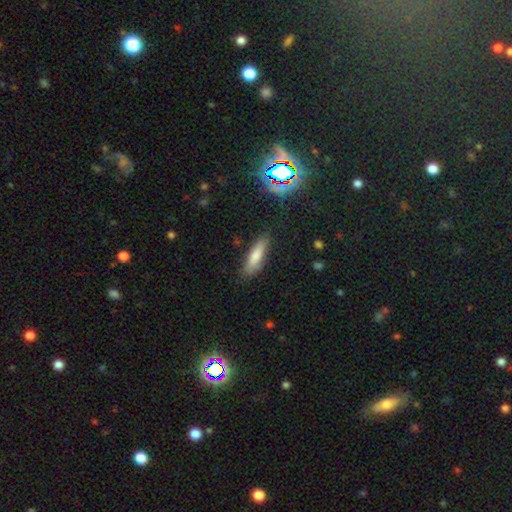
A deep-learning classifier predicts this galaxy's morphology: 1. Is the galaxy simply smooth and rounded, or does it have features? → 73% smooth, 17% featured or disk, 9% star or artifact.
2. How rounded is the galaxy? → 68% cigar-shaped, 30% in between, 2% round.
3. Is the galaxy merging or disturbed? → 83% none, 12% minor disturbance, 3% major disturbance, 2% merger.